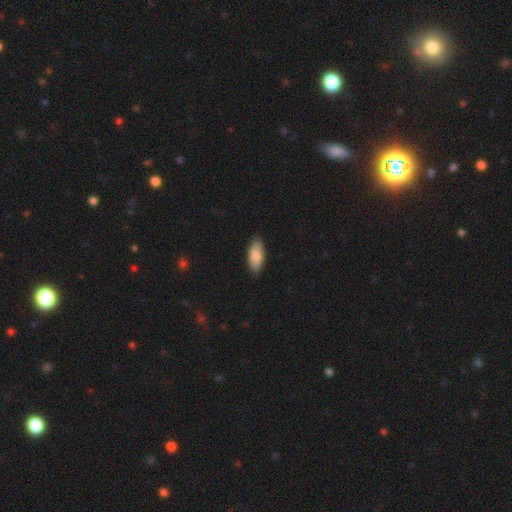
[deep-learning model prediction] Morphology: type=smooth (84%); roundness=in between (85%); merging=none (87%).